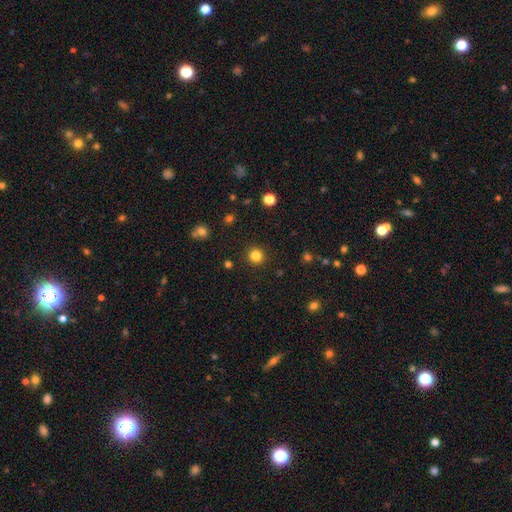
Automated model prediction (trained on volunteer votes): This is clearly a smooth galaxy (83%). How rounded: clearly round (94%). Merging: clearly none (92%).